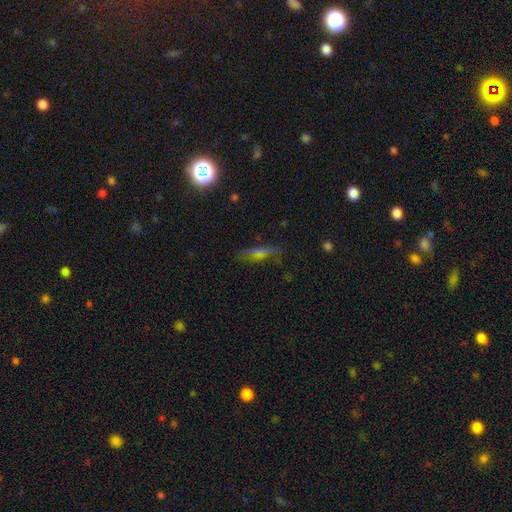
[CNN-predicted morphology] smooth-or-featured: featured or disk: 38% | smooth: 36% | star or artifact: 26%
  merging: none: 69% | minor disturbance: 19% | major disturbance: 10% | merger: 3%